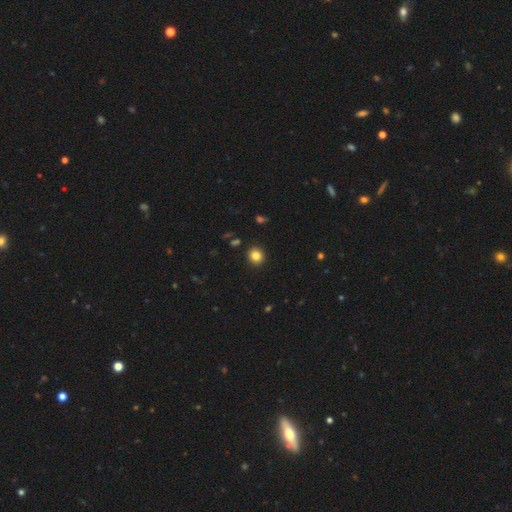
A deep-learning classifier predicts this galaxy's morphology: smooth-or-featured: smooth: 84% | star or artifact: 11% | featured or disk: 5%
  how-rounded: round: 84% | in between: 15% | cigar-shaped: 1%
  merging: none: 92% | minor disturbance: 5% | major disturbance: 2% | merger: 1%